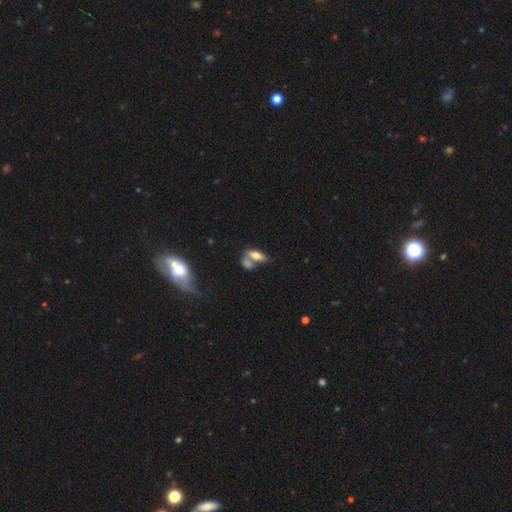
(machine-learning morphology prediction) smooth_or_featured: smooth (p=0.66) [alt: featured or disk p=0.25]
how_rounded: in between (p=0.74) [alt: cigar-shaped p=0.21]
merging: merger (p=0.47) [alt: none p=0.35]